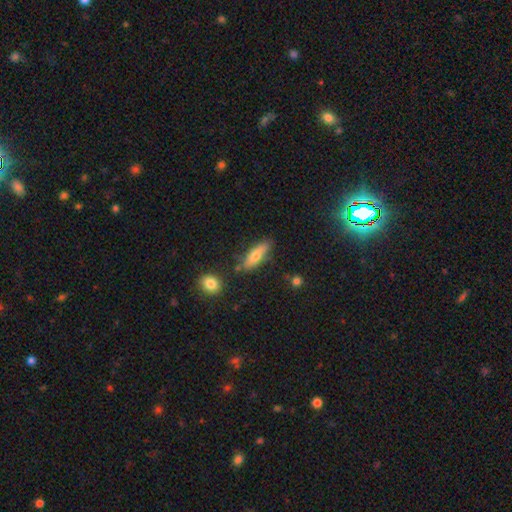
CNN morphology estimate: A smooth galaxy with no disk features (66%) that is cigar-shaped (55%).

Vote fractions:
- Smooth or featured? smooth: 66% / featured or disk: 27% / star or artifact: 7%
- How rounded? cigar-shaped: 55% / in between: 42% / round: 3%
- Merging? none: 76% / minor disturbance: 16% / merger: 5% / major disturbance: 4%